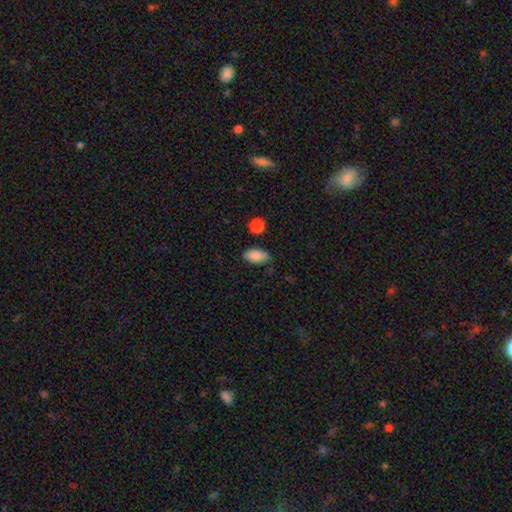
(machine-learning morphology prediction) Smooth or featured?
  - smooth: 86% *
  - star or artifact: 8%
  - featured or disk: 6%
How rounded?
  - in between: 92% *
  - round: 5%
  - cigar-shaped: 3%
Merging?
  - none: 75% *
  - minor disturbance: 19%
  - major disturbance: 4%
  - merger: 3%